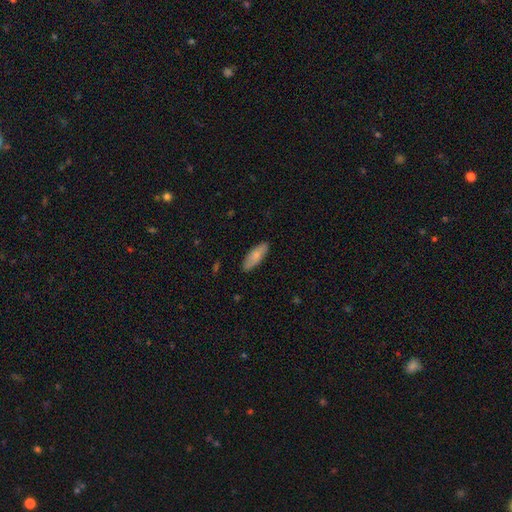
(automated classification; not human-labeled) Morphology: type=smooth (75%); roundness=in between (67%); merging=none (86%).